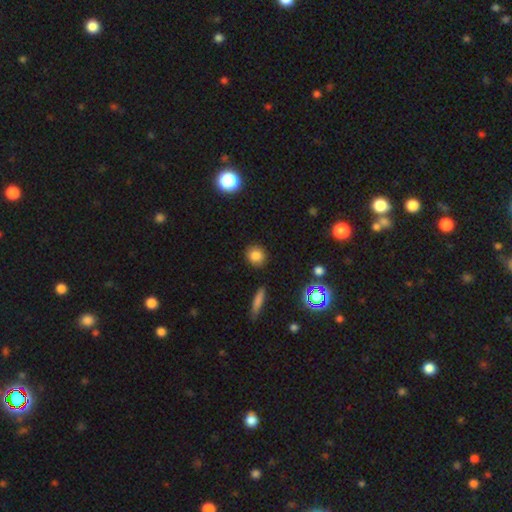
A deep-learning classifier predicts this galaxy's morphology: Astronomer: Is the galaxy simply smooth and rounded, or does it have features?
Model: smooth — 82%.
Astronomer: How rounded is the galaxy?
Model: round — 81%.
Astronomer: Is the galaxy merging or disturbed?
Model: none — 88%.